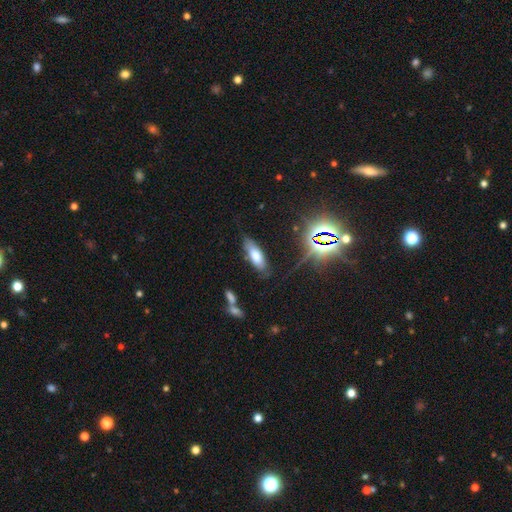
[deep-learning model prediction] Smooth or featured?
  - smooth: 69% *
  - featured or disk: 18%
  - star or artifact: 13%
How rounded?
  - in between: 69% *
  - cigar-shaped: 29%
  - round: 2%
Merging?
  - none: 72% *
  - minor disturbance: 19%
  - major disturbance: 6%
  - merger: 4%